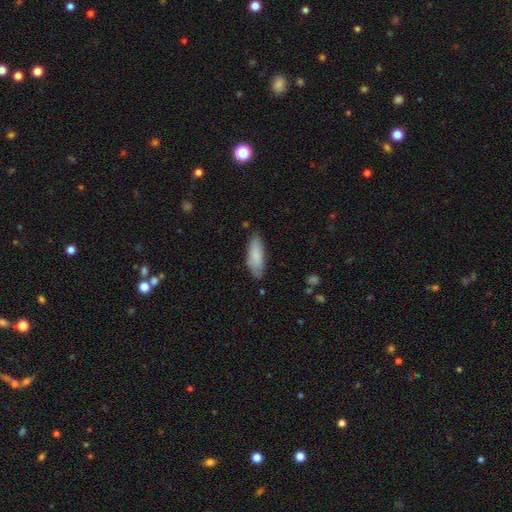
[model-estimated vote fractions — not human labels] smooth 85%, featured or disk 9%, star or artifact 6%. Down the decision tree: how rounded — in between (70%); merging — none (76%).